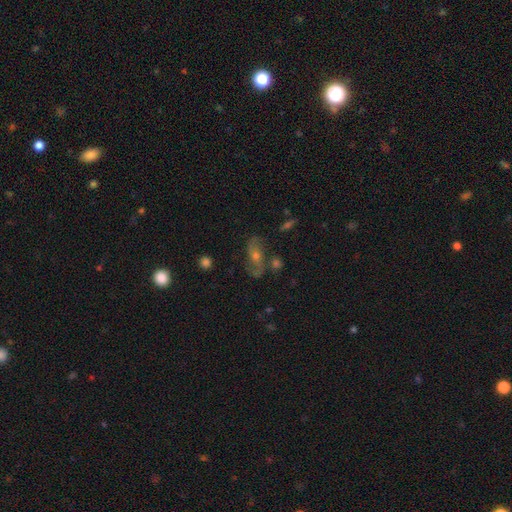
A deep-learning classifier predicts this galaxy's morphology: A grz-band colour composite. It shows a featured or disk galaxy (62%) with no bar (61%), spiral arms (83%) and a moderate central bulge (60%). Merging: none (66%).